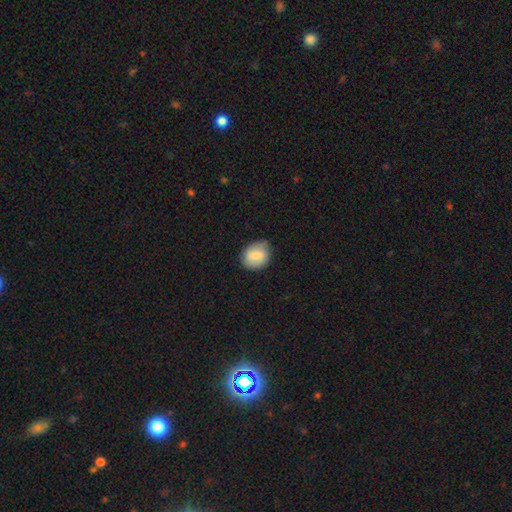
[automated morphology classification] smooth 73%, featured or disk 20%, star or artifact 7%. Down the decision tree: how rounded — round (59%); merging — none (74%).